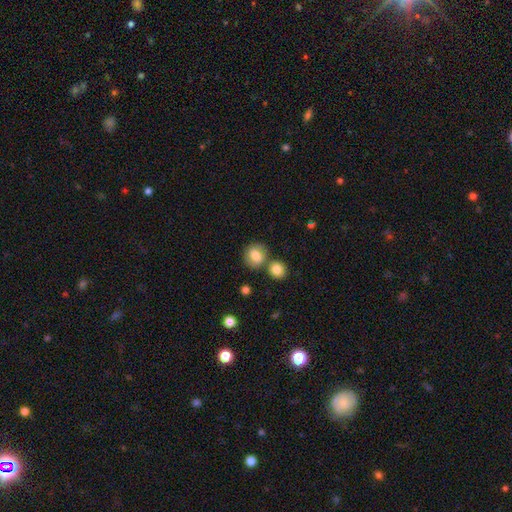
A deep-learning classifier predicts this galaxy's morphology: Smooth or featured? smooth (80%)
How rounded? round (73%)
Merging? none (63%)